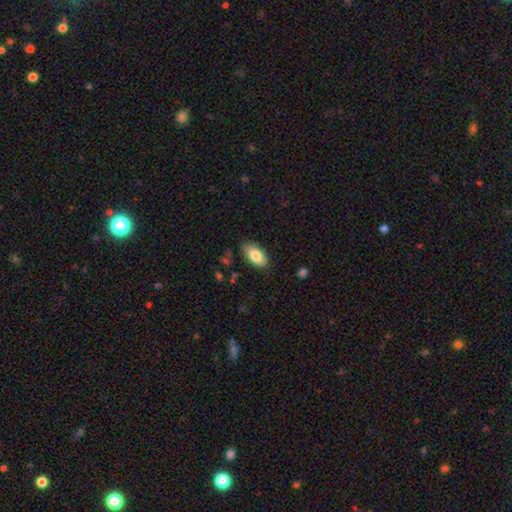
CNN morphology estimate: Smooth or featured: smooth — 82% (featured or disk — 11%)
How rounded: in between — 93% (cigar-shaped — 4%)
Merging: none — 85% (minor disturbance — 12%)